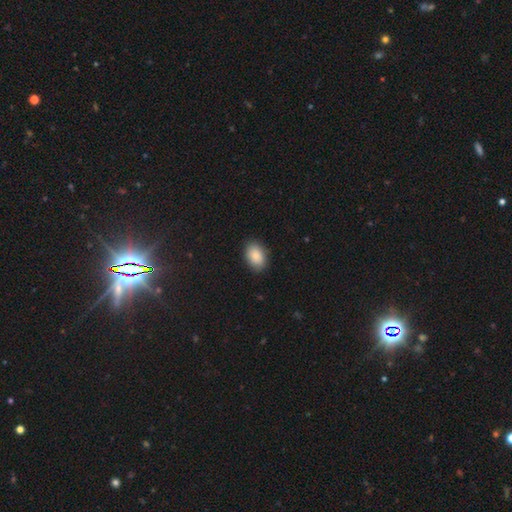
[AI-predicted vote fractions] This appears to be a smooth galaxy with no disk features (88%) that is in between round and cigar-shaped (85%). Merging: none (86%).